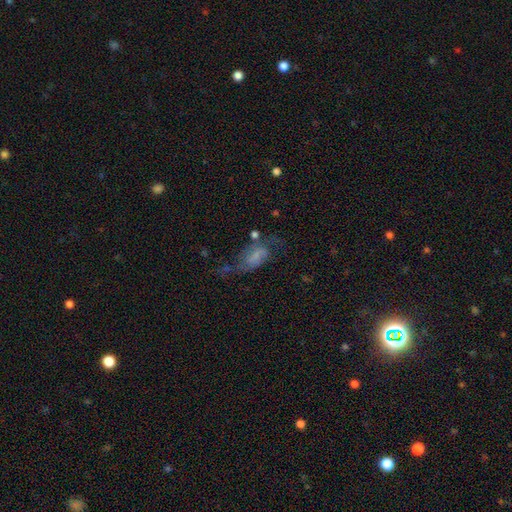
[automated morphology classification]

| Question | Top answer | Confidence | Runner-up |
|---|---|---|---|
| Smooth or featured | featured or disk | 50% | smooth (37%) |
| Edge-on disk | no | 94% | yes (6%) |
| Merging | none | 36% | major disturbance (32%) |